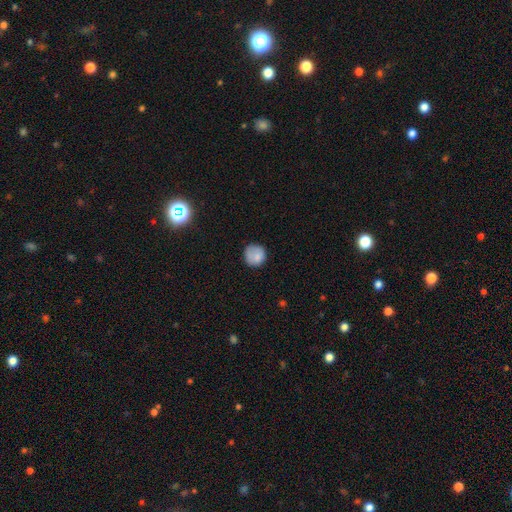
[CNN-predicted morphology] Overall: smooth (82%). How rounded: round (89%). Merging: none (74%).